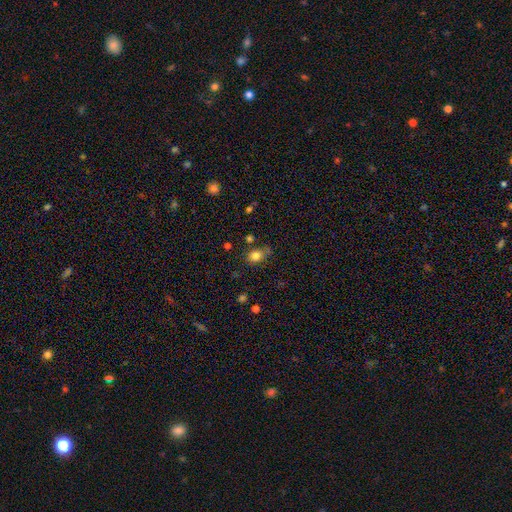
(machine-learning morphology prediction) This is clearly a smooth galaxy (81%). How rounded: likely in between (60%). Merging: likely none (65%).